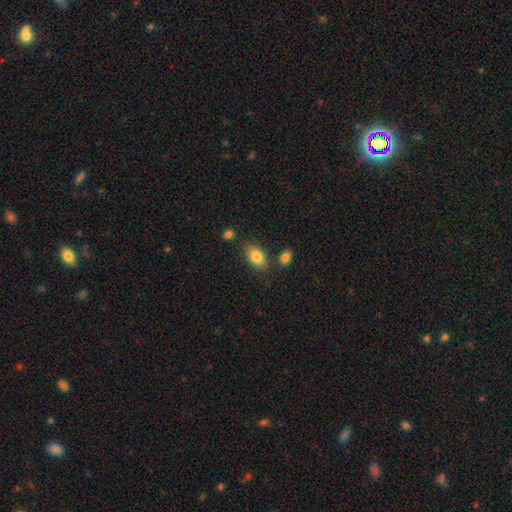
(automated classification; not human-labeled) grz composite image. It shows a smooth galaxy with no disk features (83%) that is in between round and cigar-shaped (90%). Merging: none (75%).